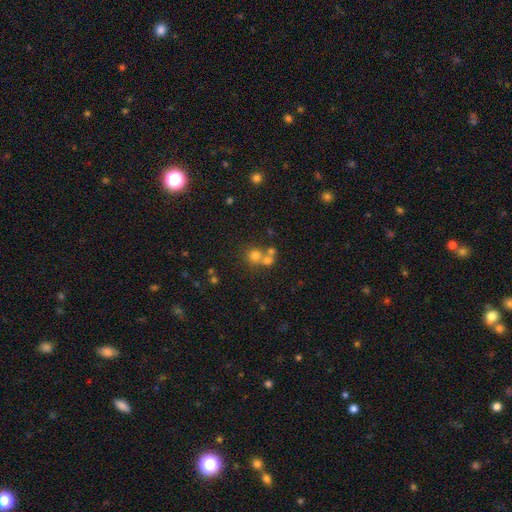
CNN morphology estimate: This is likely a smooth galaxy (67%). How rounded: clearly round (87%). Merging: possibly none (47%).